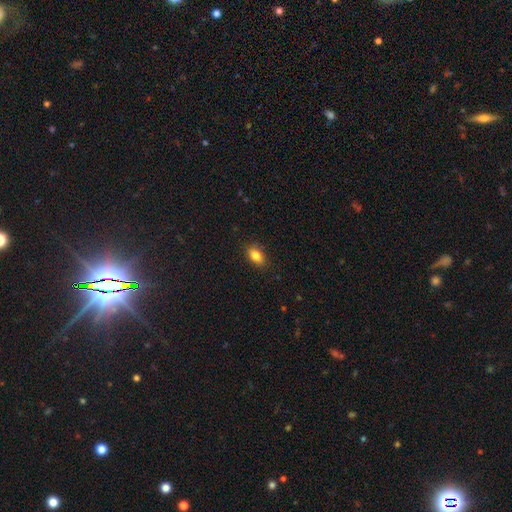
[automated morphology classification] type=smooth (84%); roundness=in between (86%); merging=none (87%).